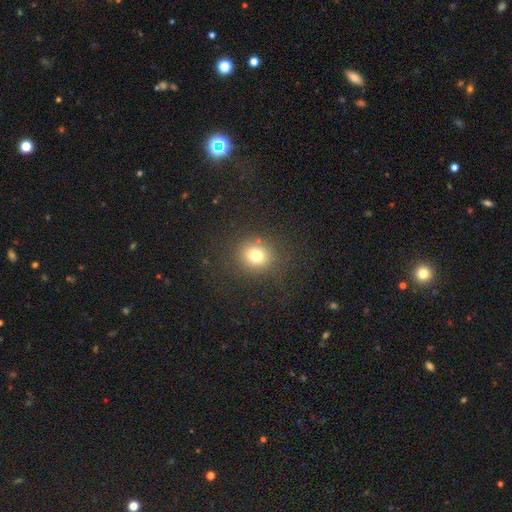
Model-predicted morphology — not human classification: smooth_or_featured: smooth (p=0.74) [alt: star or artifact p=0.17]
how_rounded: round (p=0.83) [alt: in between p=0.16]
merging: none (p=0.85) [alt: minor disturbance p=0.08]